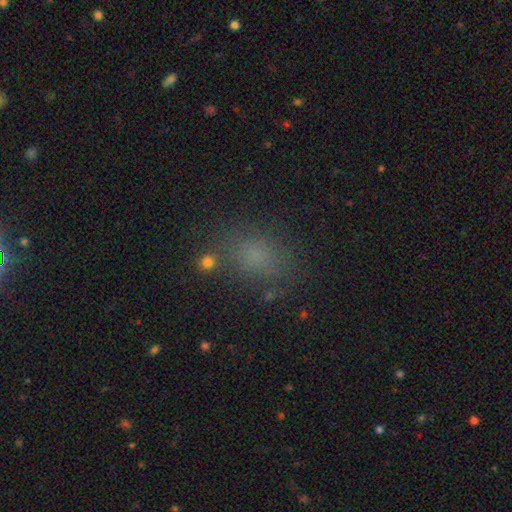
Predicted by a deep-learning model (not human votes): A smooth galaxy with no disk features (73%) that is in between round and cigar-shaped (65%). Merging: none (76%).